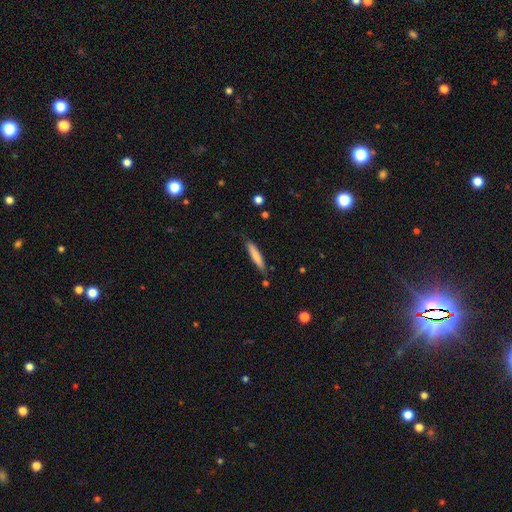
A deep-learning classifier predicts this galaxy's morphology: Smooth or featured: smooth — 77% (featured or disk — 17%)
How rounded: cigar-shaped — 91% (in between — 8%)
Merging: none — 84% (minor disturbance — 12%)